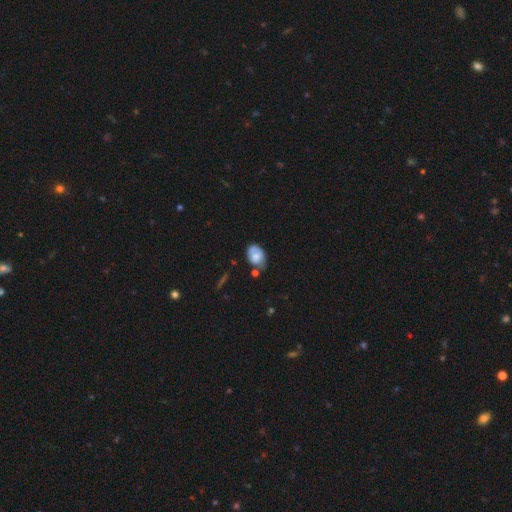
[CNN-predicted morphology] Smooth or featured? Predicted: smooth (p=0.63). How rounded? Predicted: in between (p=0.73). Merging? Predicted: none (p=0.42).